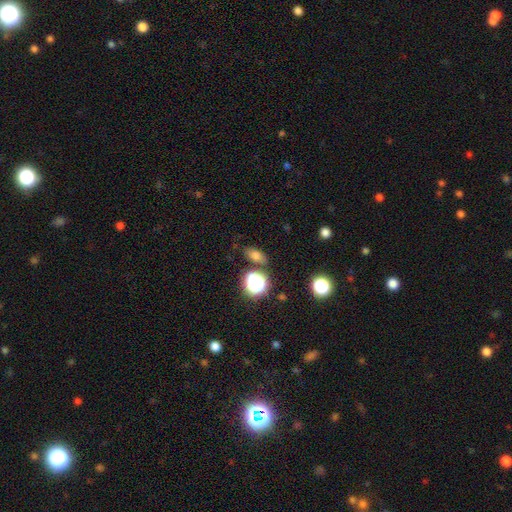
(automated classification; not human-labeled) Q: Smooth or featured?
A: smooth (69%); runner-up: star or artifact (20%)
Q: How rounded?
A: in between (74%); runner-up: round (22%)
Q: Merging?
A: none (78%); runner-up: minor disturbance (12%)